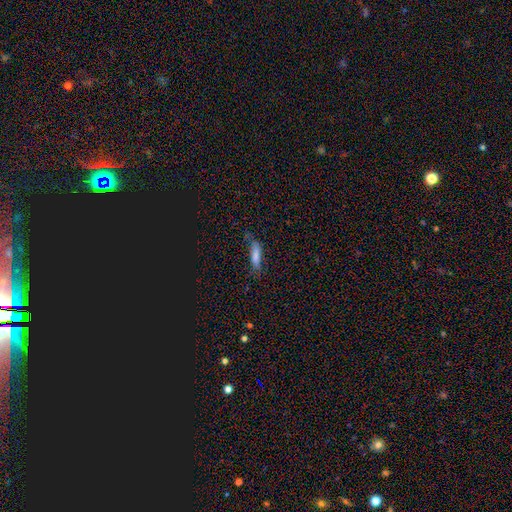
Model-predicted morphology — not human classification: Smooth or featured? Predicted: smooth (p=0.76). How rounded? Predicted: cigar-shaped (p=0.62). Merging? Predicted: none (p=0.57).